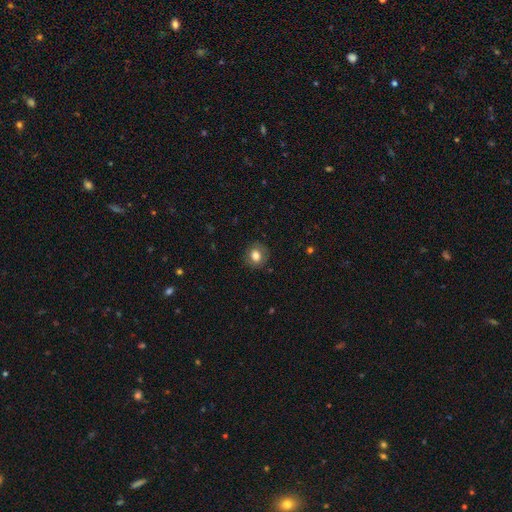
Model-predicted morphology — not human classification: This is likely a smooth galaxy (76%). How rounded: likely round (78%). Merging: clearly none (84%).